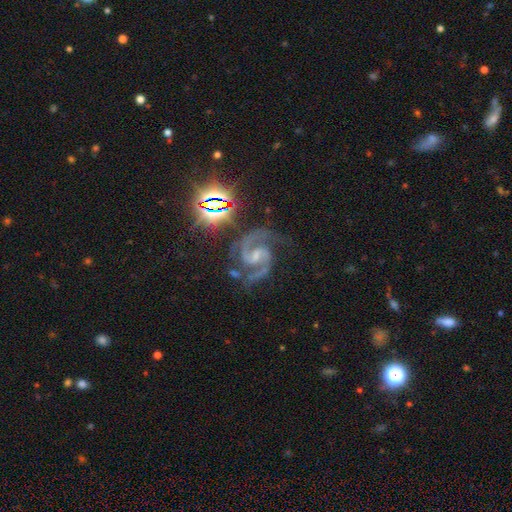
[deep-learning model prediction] Q: Smooth or featured?
A: featured or disk (90%); runner-up: star or artifact (7%)
Q: Edge-on disk?
A: no (98%); runner-up: yes (2%)
Q: Bar?
A: weak (54%); runner-up: no (24%)
Q: Spiral arms?
A: yes (98%); runner-up: no (2%)
Q: Spiral winding?
A: medium (68%); runner-up: tight (18%)
Q: Spiral arm count?
A: 2 (92%); runner-up: 3 (3%)
Q: Bulge size?
A: small (37%); runner-up: moderate (29%)
Q: Merging?
A: none (68%); runner-up: minor disturbance (18%)